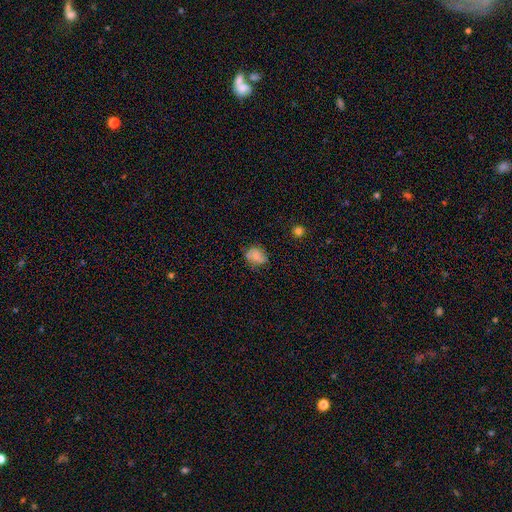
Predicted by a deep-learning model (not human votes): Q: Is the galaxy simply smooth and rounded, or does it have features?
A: smooth — 72%.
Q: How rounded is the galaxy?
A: in between — 52%.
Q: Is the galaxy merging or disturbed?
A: none — 65%.